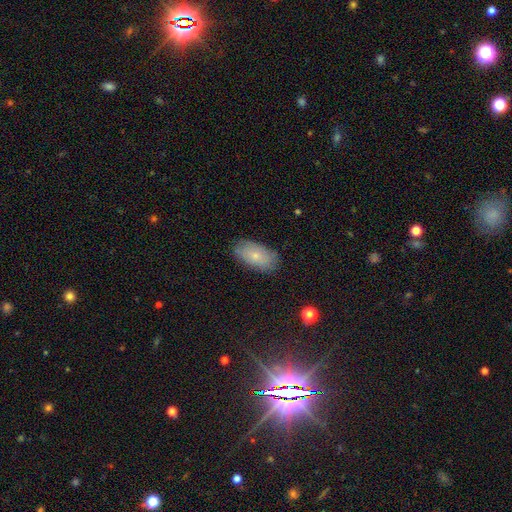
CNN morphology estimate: A smooth galaxy with no disk features (70%) that is in between round and cigar-shaped (93%).

Vote fractions:
- Smooth or featured? smooth: 70% / featured or disk: 22% / star or artifact: 8%
- How rounded? in between: 93% / round: 4% / cigar-shaped: 3%
- Merging? none: 81% / minor disturbance: 15% / major disturbance: 3% / merger: 1%